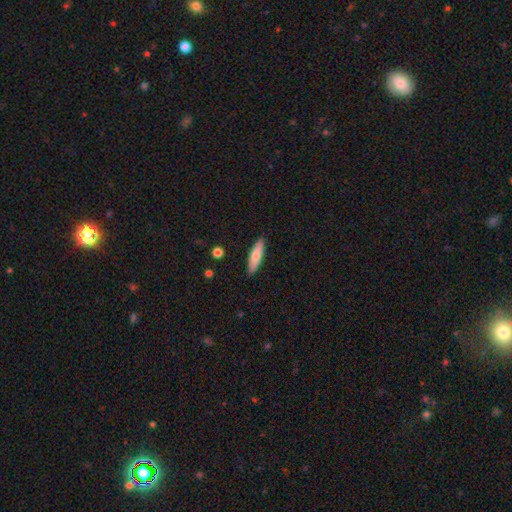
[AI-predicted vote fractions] Smooth or featured: smooth — 73% (featured or disk — 21%)
How rounded: cigar-shaped — 63% (in between — 35%)
Merging: none — 88% (minor disturbance — 9%)